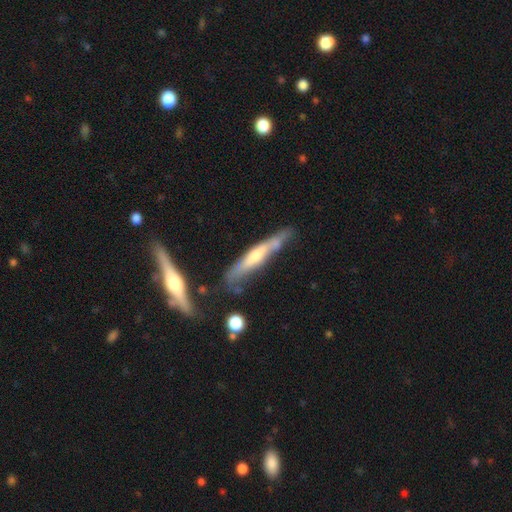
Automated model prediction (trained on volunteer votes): Morphology: type=featured or disk (69%); edge-on=yes (88%); edge-on bulge=rounded (64%); merging=none (62%).